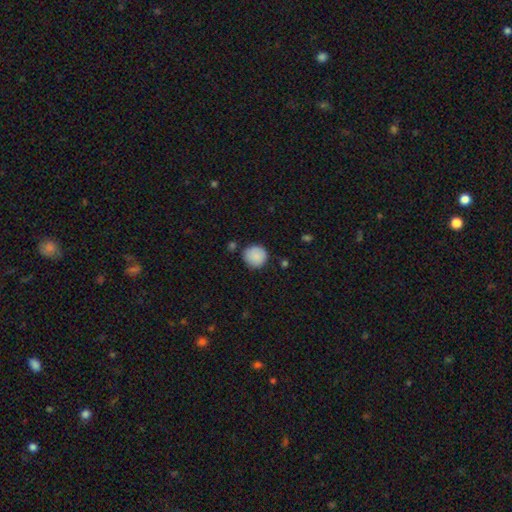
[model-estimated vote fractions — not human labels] A smooth galaxy with no disk features (88%) that is round (93%).

Vote fractions:
- Smooth or featured? smooth: 88% / star or artifact: 8% / featured or disk: 4%
- How rounded? round: 93% / in between: 6% / cigar-shaped: 1%
- Merging? none: 83% / minor disturbance: 11% / merger: 3% / major disturbance: 3%